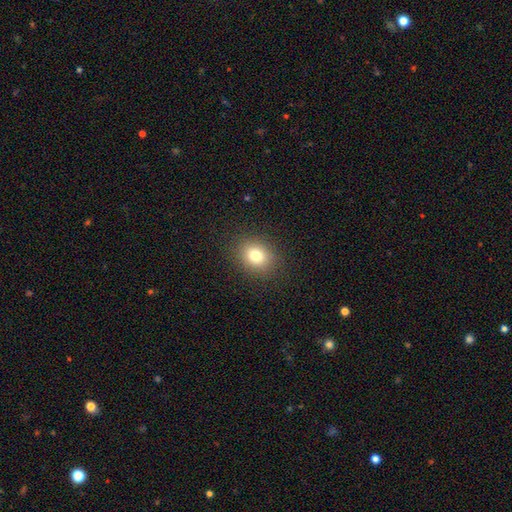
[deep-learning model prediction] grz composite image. It shows a smooth galaxy with no disk features (78%) that is round (56%). Merging: none (88%).